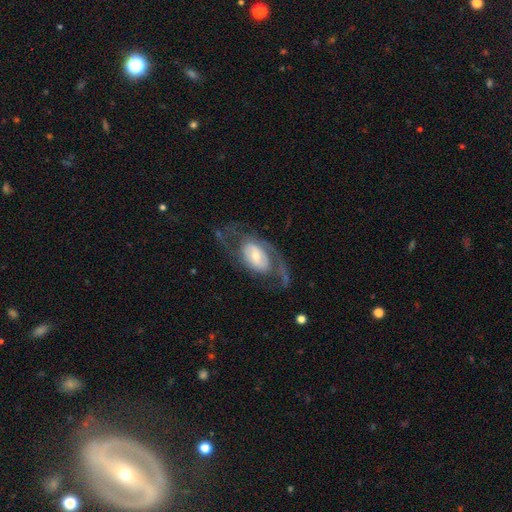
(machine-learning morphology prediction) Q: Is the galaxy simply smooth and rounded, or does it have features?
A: featured or disk — 75%.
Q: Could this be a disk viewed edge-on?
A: no — 92%.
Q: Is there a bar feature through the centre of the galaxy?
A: no — 51%.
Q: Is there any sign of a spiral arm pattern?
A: yes — 71%.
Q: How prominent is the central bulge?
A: small — 49%.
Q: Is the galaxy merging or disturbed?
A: none — 52%.